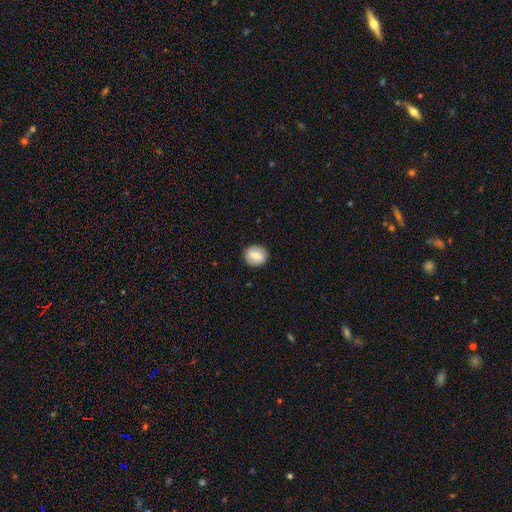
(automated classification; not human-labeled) A smooth galaxy with no disk features (73%) that is round (82%).

Vote fractions:
- Smooth or featured? smooth: 73% / featured or disk: 19% / star or artifact: 7%
- How rounded? round: 82% / in between: 17% / cigar-shaped: 1%
- Merging? none: 89% / minor disturbance: 8% / major disturbance: 2% / merger: 1%